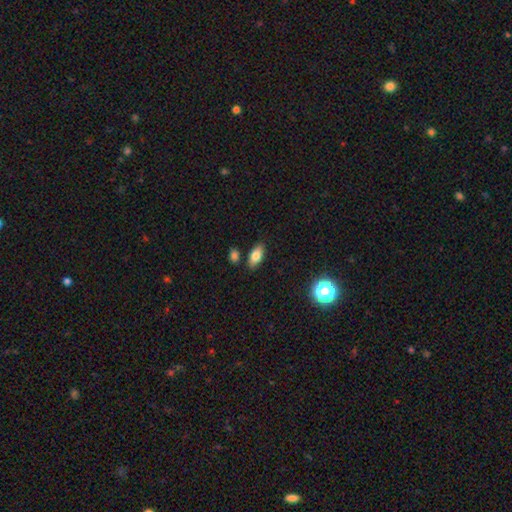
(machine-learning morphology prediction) This is likely a smooth galaxy (79%). How rounded: clearly in between (88%). Merging: clearly none (83%).